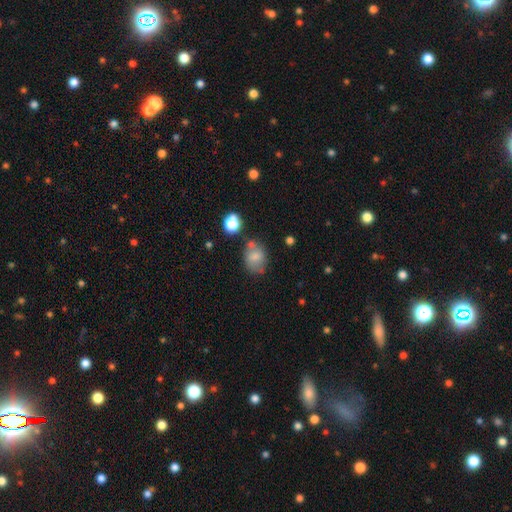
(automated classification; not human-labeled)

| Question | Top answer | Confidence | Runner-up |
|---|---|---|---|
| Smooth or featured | smooth | 71% | featured or disk (18%) |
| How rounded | in between | 59% | round (39%) |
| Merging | none | 58% | minor disturbance (21%) |